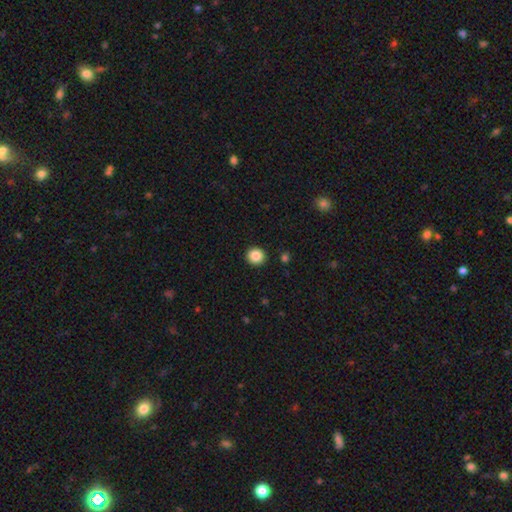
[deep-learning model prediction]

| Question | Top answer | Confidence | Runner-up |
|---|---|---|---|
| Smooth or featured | smooth | 87% | star or artifact (9%) |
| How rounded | round | 93% | in between (6%) |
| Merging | none | 92% | minor disturbance (5%) |